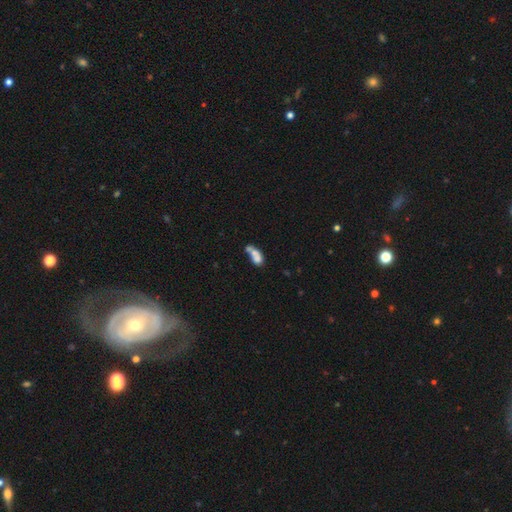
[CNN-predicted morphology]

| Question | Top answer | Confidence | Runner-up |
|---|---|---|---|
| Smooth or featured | smooth | 64% | featured or disk (25%) |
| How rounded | in between | 78% | round (12%) |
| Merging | merger | 57% | none (20%) |